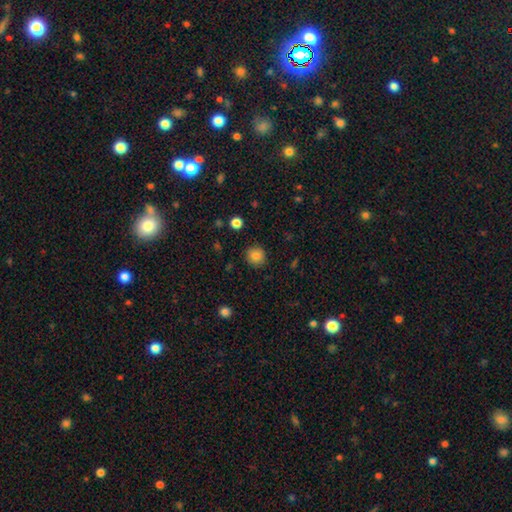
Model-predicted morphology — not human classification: smooth_or_featured: smooth (p=0.84) [alt: star or artifact p=0.10]
how_rounded: round (p=0.91) [alt: in between p=0.08]
merging: none (p=0.90) [alt: minor disturbance p=0.07]